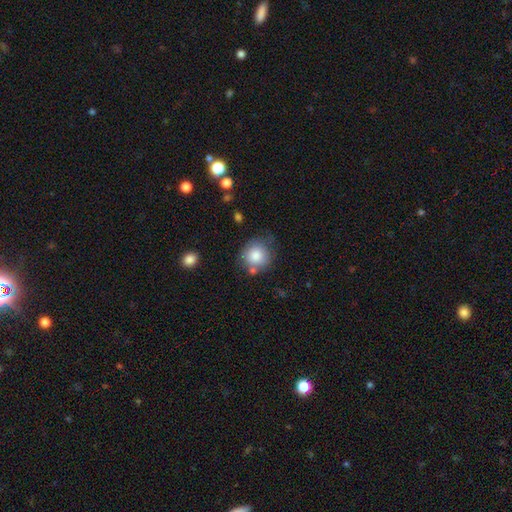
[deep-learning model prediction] A smooth galaxy with no disk features (82%) that is round (87%).

Vote fractions:
- Smooth or featured? smooth: 82% / featured or disk: 9% / star or artifact: 8%
- How rounded? round: 87% / in between: 12% / cigar-shaped: 1%
- Merging? none: 64% / minor disturbance: 20% / merger: 10% / major disturbance: 6%